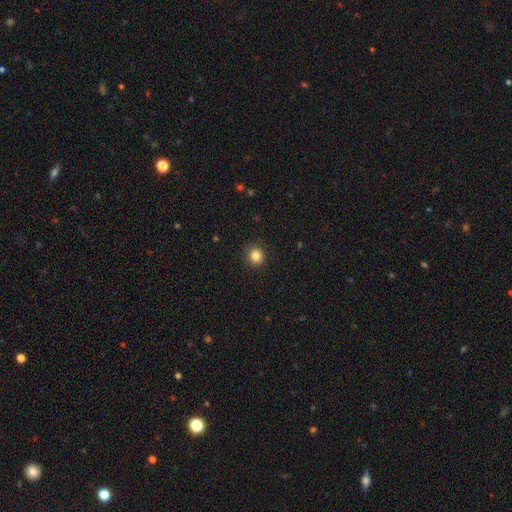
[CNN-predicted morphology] The model was most divided on "how rounded": round: 85%, in between: 14%, cigar-shaped: 1%. More confident: merging — none (91%); smooth or featured — smooth (84%).